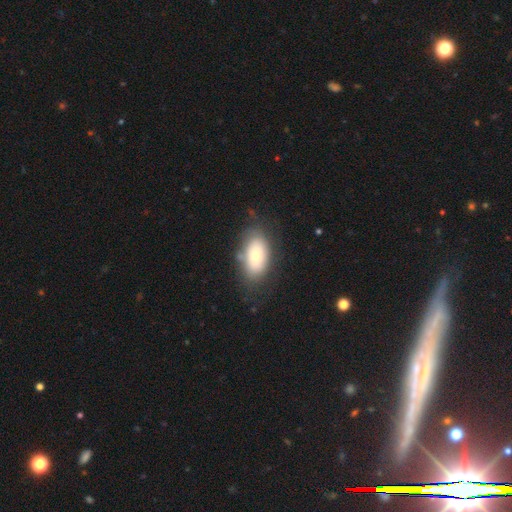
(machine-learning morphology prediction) smooth_or_featured: smooth (p=0.74) [alt: featured or disk p=0.19]
how_rounded: in between (p=0.93) [alt: round p=0.05]
merging: none (p=0.70) [alt: minor disturbance p=0.18]